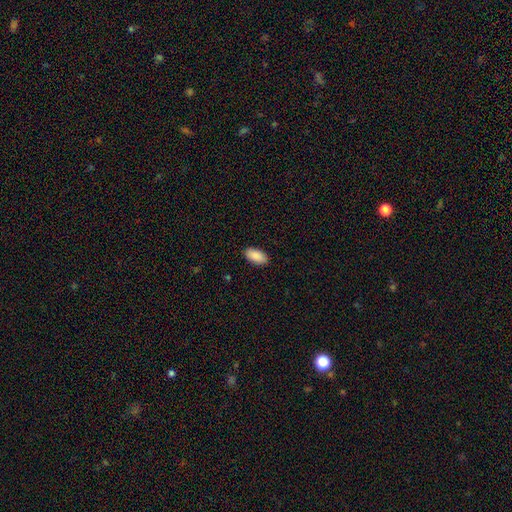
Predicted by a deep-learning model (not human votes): The model was most divided on "merging": none: 90%, minor disturbance: 7%, major disturbance: 2%, merger: 1%. More confident: how rounded — in between (94%); smooth or featured — smooth (90%).